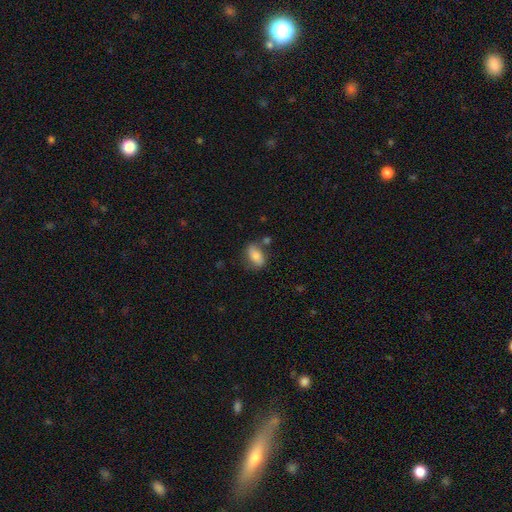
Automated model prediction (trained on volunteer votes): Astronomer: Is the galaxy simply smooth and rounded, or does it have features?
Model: smooth — 75%.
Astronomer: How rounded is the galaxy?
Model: in between — 87%.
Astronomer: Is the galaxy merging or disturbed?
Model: none — 64%.